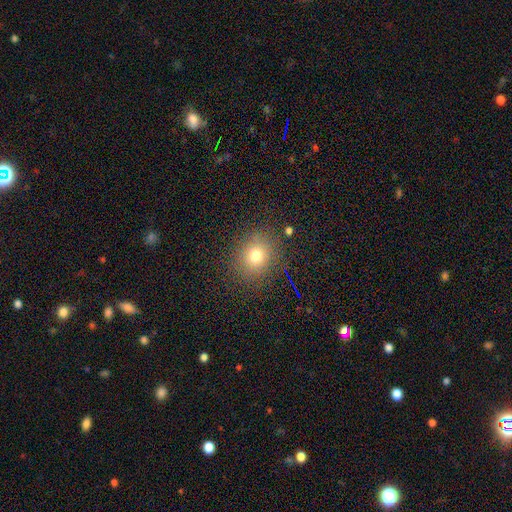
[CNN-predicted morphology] This is likely a smooth galaxy (73%). How rounded: likely round (68%). Merging: clearly none (85%).